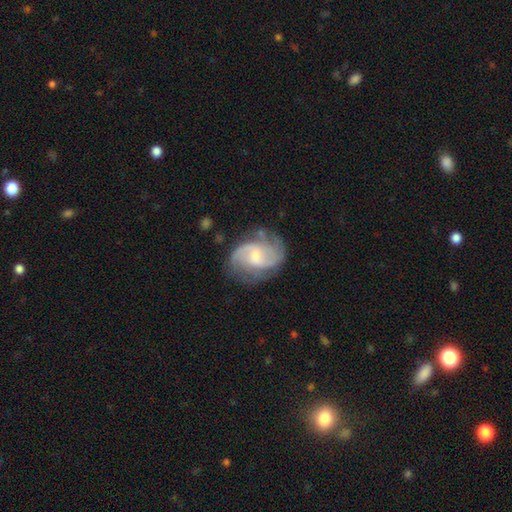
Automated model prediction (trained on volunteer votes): Smooth or featured?
  - featured or disk: 84% *
  - smooth: 10%
  - star or artifact: 6%
Edge-on disk?
  - no: 98% *
  - yes: 2%
Bar?
  - weak: 53% *
  - no: 36%
  - strong: 11%
Spiral arms?
  - yes: 95% *
  - no: 5%
Spiral winding?
  - medium: 50% *
  - loose: 27%
  - tight: 23%
Spiral arm count?
  - 2: 64% *
  - can't tell: 13%
  - 3: 13%
  - 1: 4%
  - 4: 3%
  - more than 4: 3%
Bulge size?
  - small: 54% *
  - moderate: 38%
  - none: 4%
  - large: 3%
  - dominant: 1%
Merging?
  - none: 64% *
  - minor disturbance: 22%
  - major disturbance: 12%
  - merger: 2%